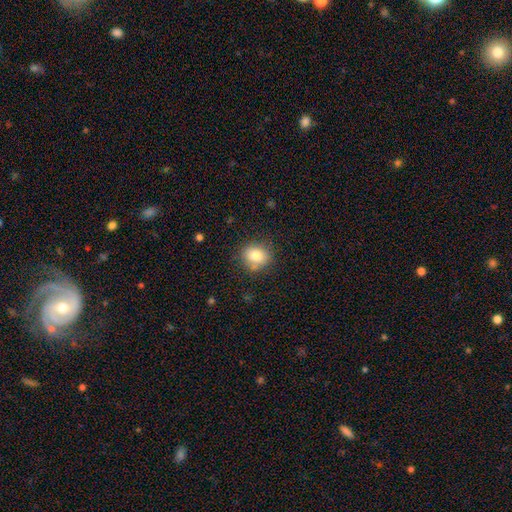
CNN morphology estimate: Overall: smooth (80%). How rounded: round (74%). Merging: none (79%).